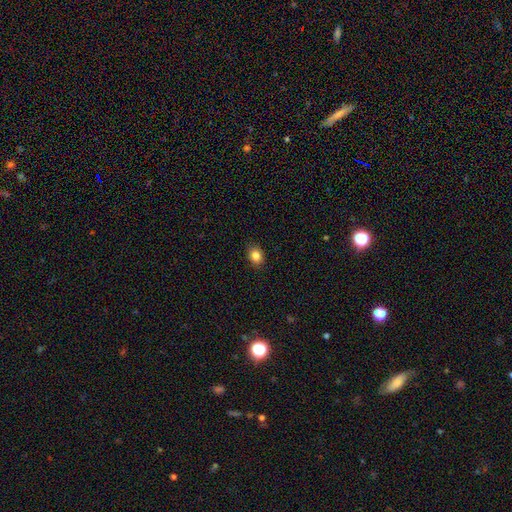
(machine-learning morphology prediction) This is clearly a smooth galaxy (85%). How rounded: possibly in between (53%). Merging: clearly none (89%).